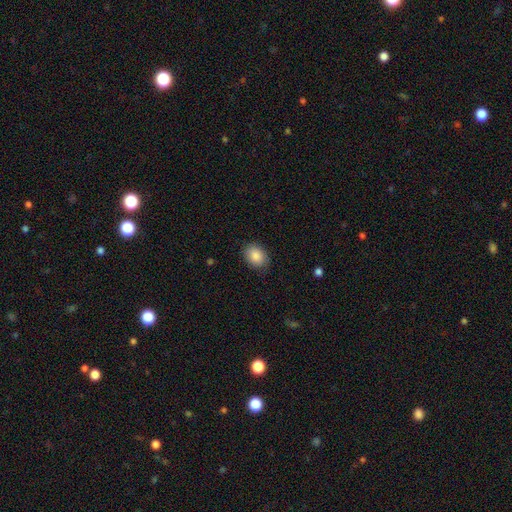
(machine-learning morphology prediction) Overall: smooth (87%). How rounded: in between (66%; round 33%). Merging: none (84%).